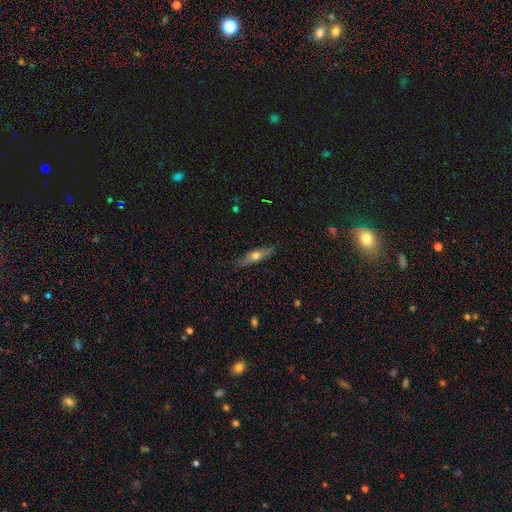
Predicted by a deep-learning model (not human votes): smooth 48%, featured or disk 46%, star or artifact 6%. Down the decision tree: merging — none (84%).